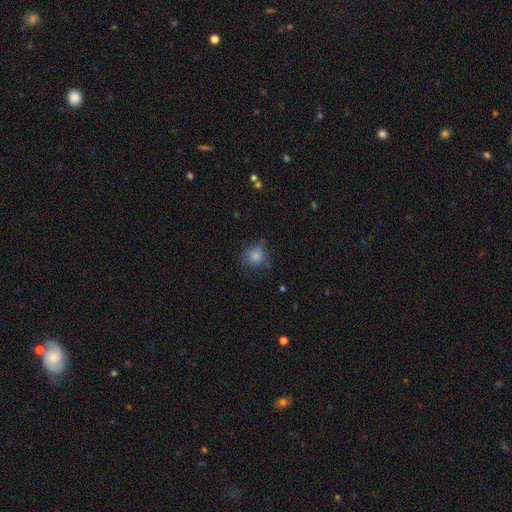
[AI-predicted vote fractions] Smooth or featured?
  - smooth: 83% *
  - star or artifact: 10%
  - featured or disk: 7%
How rounded?
  - round: 82% *
  - in between: 17%
  - cigar-shaped: 1%
Merging?
  - none: 69% *
  - minor disturbance: 21%
  - major disturbance: 7%
  - merger: 2%